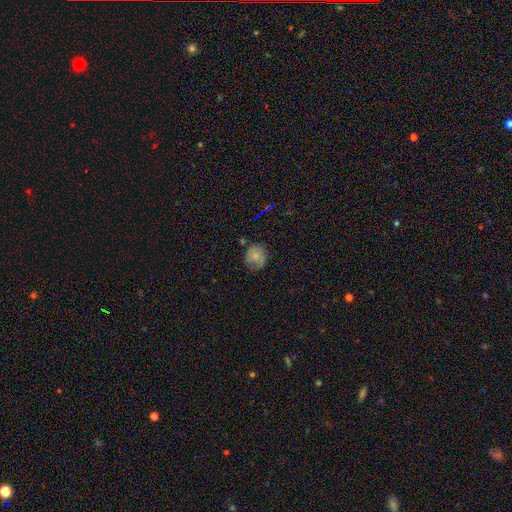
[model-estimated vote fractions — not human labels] smooth_or_featured: smooth (p=0.62) [alt: featured or disk p=0.26]
how_rounded: round (p=0.75) [alt: in between p=0.24]
merging: none (p=0.57) [alt: minor disturbance p=0.29]